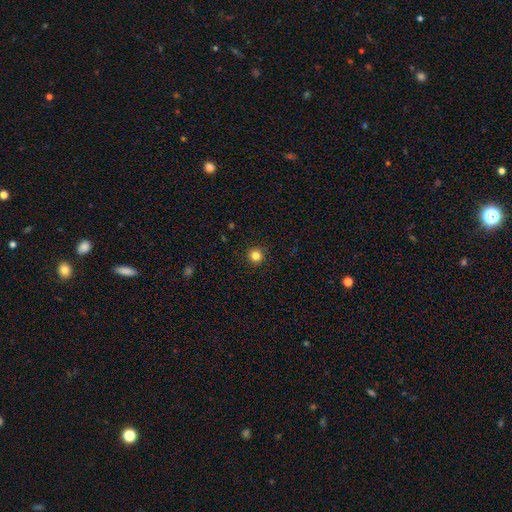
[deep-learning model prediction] This is clearly a smooth galaxy (83%). How rounded: clearly round (96%). Merging: clearly none (92%).